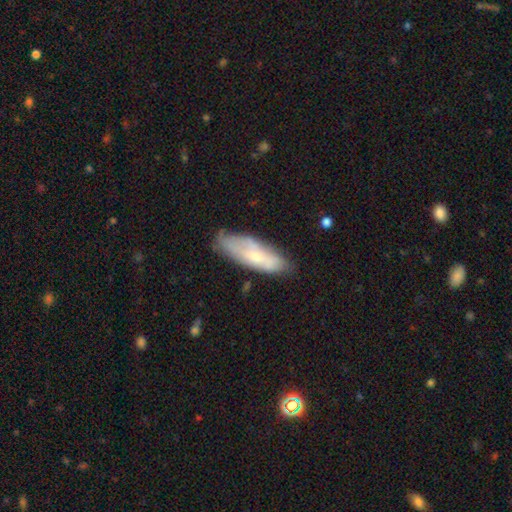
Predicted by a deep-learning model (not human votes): Smooth or featured? Predicted: smooth (p=0.56). How rounded? Predicted: in between (p=0.57). Merging? Predicted: none (p=0.64).